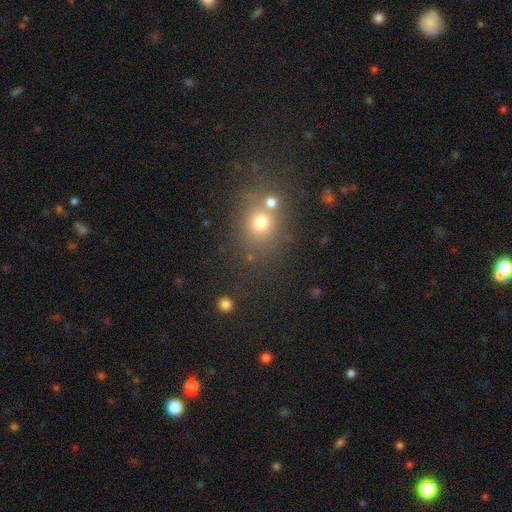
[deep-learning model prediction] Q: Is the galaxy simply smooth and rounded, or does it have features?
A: smooth — 58%.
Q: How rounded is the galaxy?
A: round — 68%.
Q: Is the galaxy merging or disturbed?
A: none — 65%.